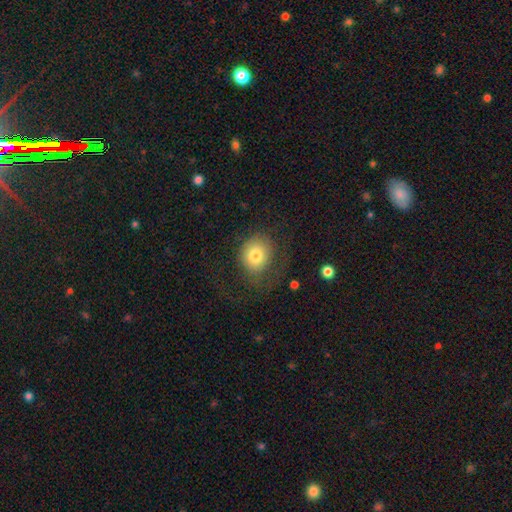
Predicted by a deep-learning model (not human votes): smooth_or_featured: smooth (p=0.76) [alt: featured or disk p=0.14]
how_rounded: round (p=0.78) [alt: in between p=0.21]
merging: none (p=0.58) [alt: major disturbance p=0.22]